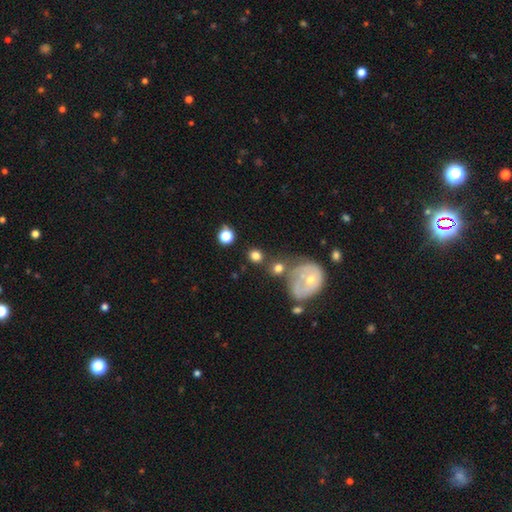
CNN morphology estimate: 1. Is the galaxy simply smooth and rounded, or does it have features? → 77% smooth, 13% featured or disk, 10% star or artifact.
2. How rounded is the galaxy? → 81% round, 18% in between, 1% cigar-shaped.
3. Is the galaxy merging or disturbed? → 69% none, 13% merger, 12% minor disturbance, 6% major disturbance.